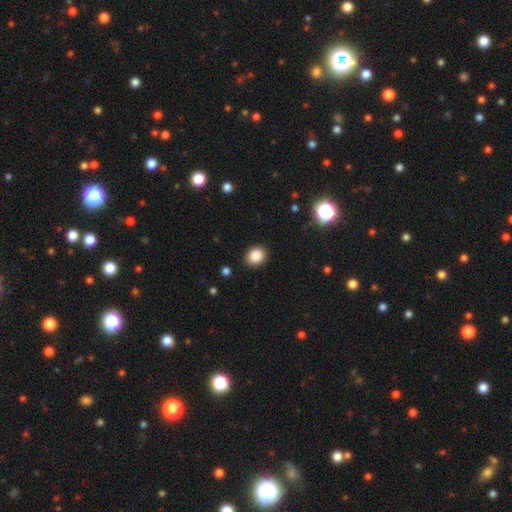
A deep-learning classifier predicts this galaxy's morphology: Smooth or featured: smooth — 86% (star or artifact — 10%)
How rounded: round — 61% (in between — 38%)
Merging: none — 90% (minor disturbance — 7%)